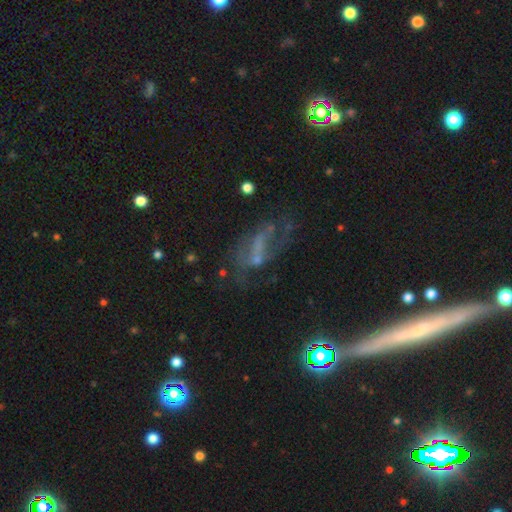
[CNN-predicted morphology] This is possibly a featured or disk galaxy (54%). It is clearly not viewed edge-on (90%). Merging: marginally none (40%).